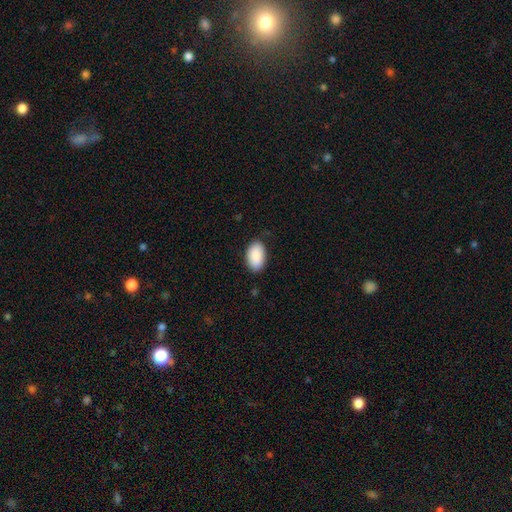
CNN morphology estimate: smooth_or_featured: smooth (p=0.90) [alt: star or artifact p=0.06]
how_rounded: in between (p=0.94) [alt: round p=0.05]
merging: none (p=0.82) [alt: minor disturbance p=0.14]